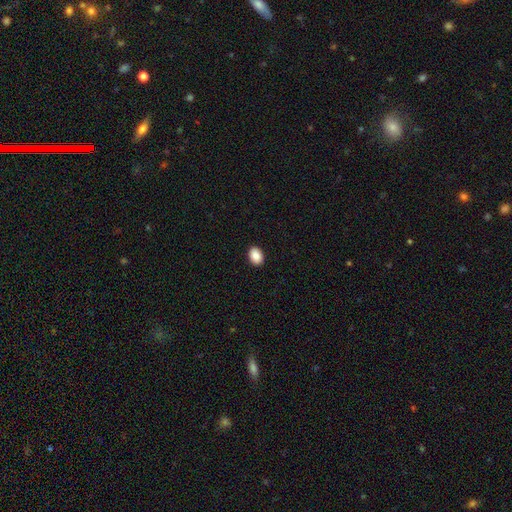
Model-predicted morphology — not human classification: This is clearly a smooth galaxy (88%). How rounded: likely in between (75%). Merging: clearly none (92%).